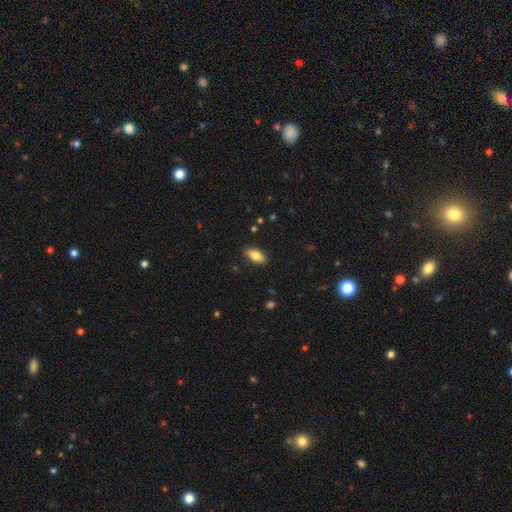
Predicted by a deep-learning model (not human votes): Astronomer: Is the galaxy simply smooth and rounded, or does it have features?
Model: smooth — 78%.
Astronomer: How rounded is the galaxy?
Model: in between — 86%.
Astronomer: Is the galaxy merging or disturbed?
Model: none — 87%.